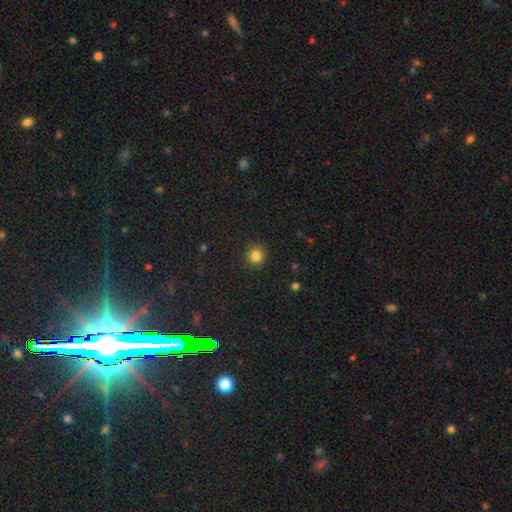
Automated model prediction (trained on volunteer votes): Morphology: type=smooth (83%); roundness=round (93%); merging=none (91%).